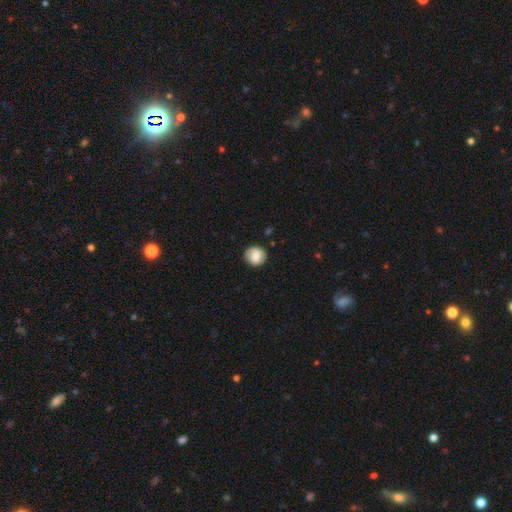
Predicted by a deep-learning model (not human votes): smooth 67%, featured or disk 25%, star or artifact 8%. Down the decision tree: how rounded — round (84%); merging — none (82%).